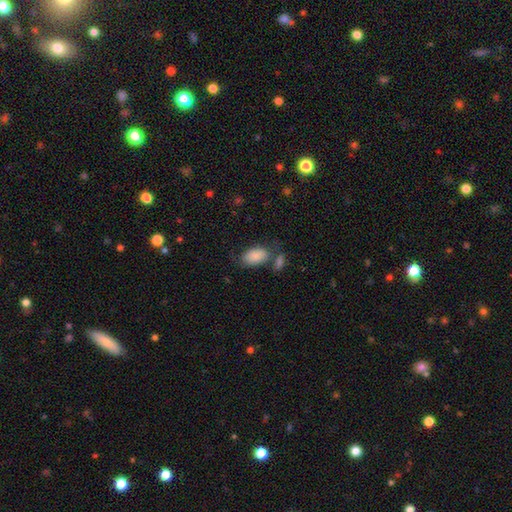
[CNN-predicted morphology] Smooth or featured? Predicted: smooth (p=0.86). How rounded? Predicted: in between (p=0.94). Merging? Predicted: none (p=0.52).